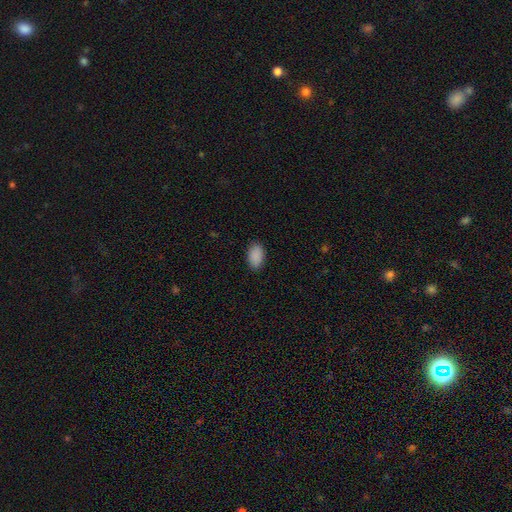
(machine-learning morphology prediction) Smooth or featured: smooth — 90% (star or artifact — 7%)
How rounded: in between — 93% (round — 5%)
Merging: none — 88% (minor disturbance — 9%)